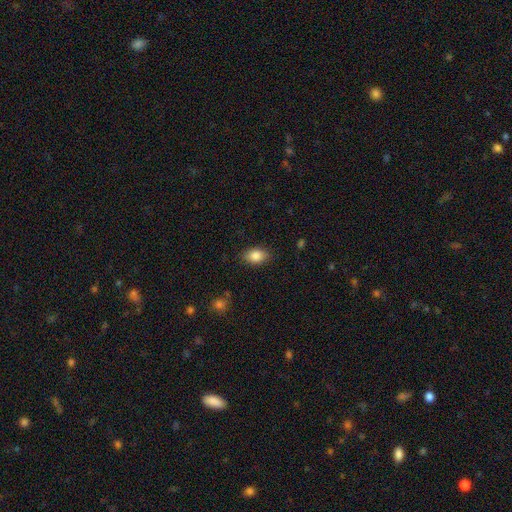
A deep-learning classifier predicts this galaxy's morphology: smooth_or_featured: smooth (p=0.85) [alt: star or artifact p=0.08]
how_rounded: in between (p=0.85) [alt: round p=0.14]
merging: none (p=0.85) [alt: minor disturbance p=0.11]